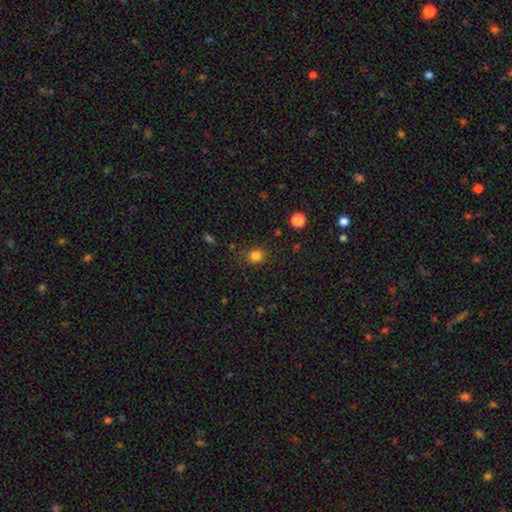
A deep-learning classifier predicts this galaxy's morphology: A smooth galaxy with no disk features (82%) that is round (74%). Merging: none (82%).